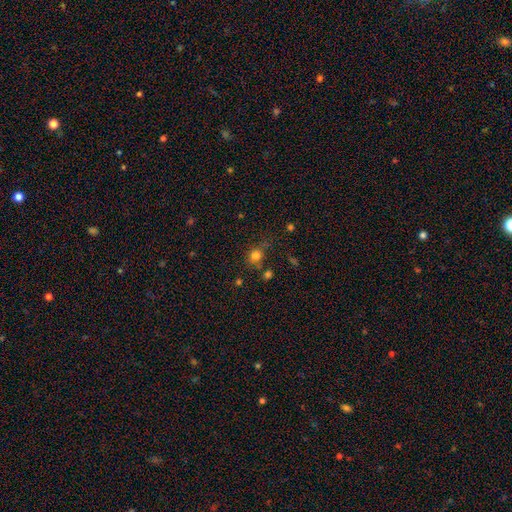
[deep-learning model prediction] Smooth or featured: smooth — 77% (star or artifact — 16%)
How rounded: round — 75% (in between — 24%)
Merging: none — 63% (minor disturbance — 18%)